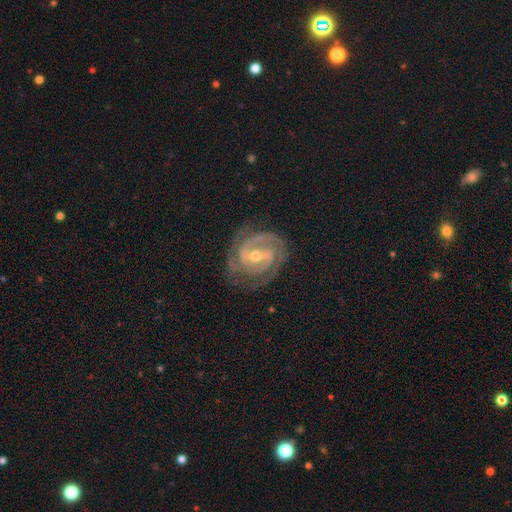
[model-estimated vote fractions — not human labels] Smooth or featured: featured or disk — 92% (star or artifact — 4%)
Edge-on disk: no — 97% (yes — 3%)
Bar: weak — 44% (strong — 38%)
Spiral arms: yes — 98% (no — 2%)
Spiral winding: tight — 66% (medium — 30%)
Spiral arm count: 2 — 57% (3 — 24%)
Bulge size: moderate — 53% (small — 44%)
Merging: none — 77% (minor disturbance — 16%)